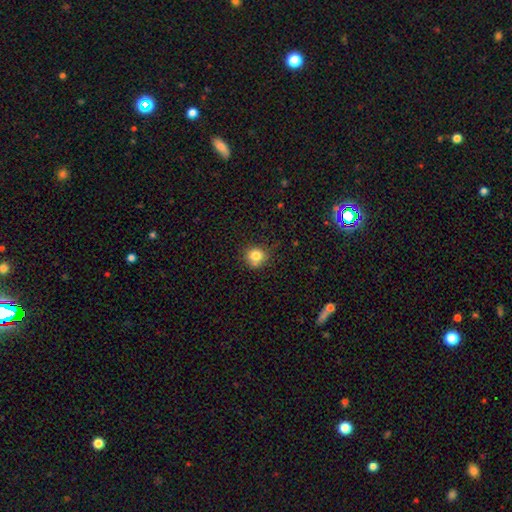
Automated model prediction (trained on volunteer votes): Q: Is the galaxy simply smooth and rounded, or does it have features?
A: smooth — 81%.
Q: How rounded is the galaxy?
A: round — 83%.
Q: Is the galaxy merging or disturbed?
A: none — 72%.